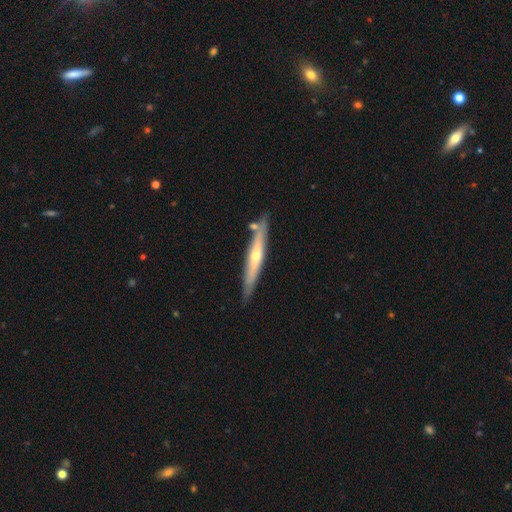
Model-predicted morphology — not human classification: Smooth or featured? Predicted: featured or disk (p=0.64). Edge-on disk? Predicted: yes (p=0.91). Edge-on bulge? Predicted: rounded (p=0.77). Merging? Predicted: none (p=0.81).